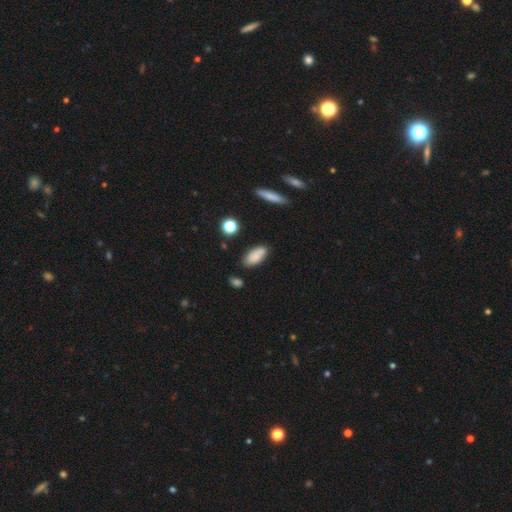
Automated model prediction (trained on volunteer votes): smooth_or_featured: smooth (p=0.81) [alt: featured or disk p=0.10]
how_rounded: in between (p=0.88) [alt: cigar-shaped p=0.09]
merging: none (p=0.76) [alt: minor disturbance p=0.16]